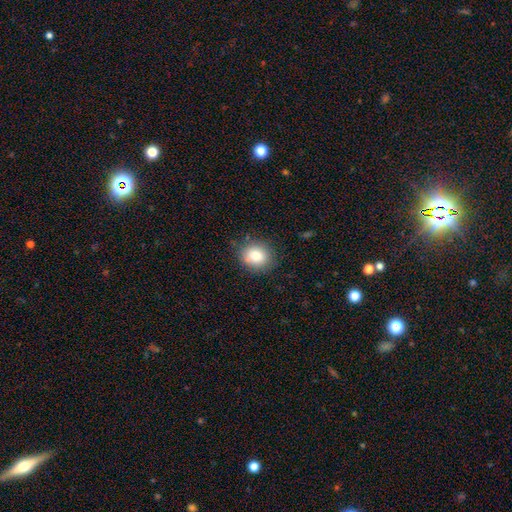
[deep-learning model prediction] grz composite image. It shows a smooth galaxy with no disk features (84%) that is round (62%). Merging: none (82%).